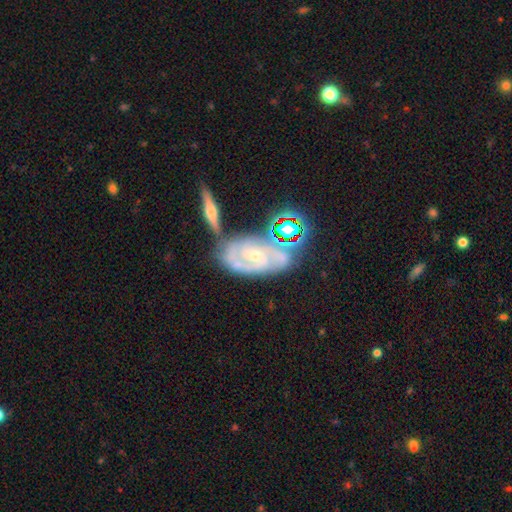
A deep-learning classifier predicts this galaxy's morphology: This is clearly a featured or disk galaxy (83%). It is clearly not viewed edge-on (94%). Bar: possibly weak (48%). Spiral arm pattern: clearly yes (96%). Spiral arm count: possibly 2 (58%). Spiral winding: possibly tight (52%). Central bulge: likely small (65%). Merging: possibly none (56%).